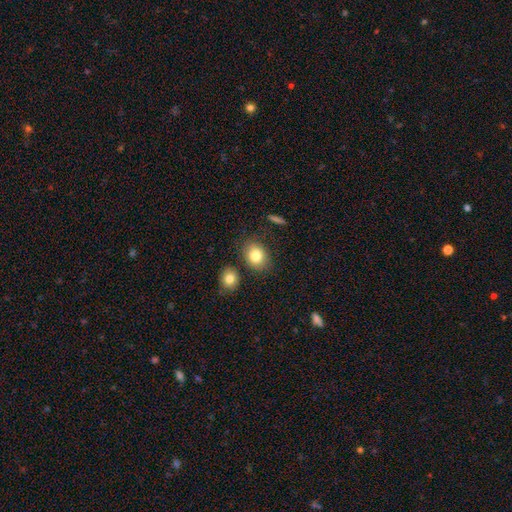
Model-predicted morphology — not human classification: smooth_or_featured: smooth (p=0.82) [alt: featured or disk p=0.09]
how_rounded: in between (p=0.61) [alt: round p=0.38]
merging: none (p=0.77) [alt: minor disturbance p=0.12]